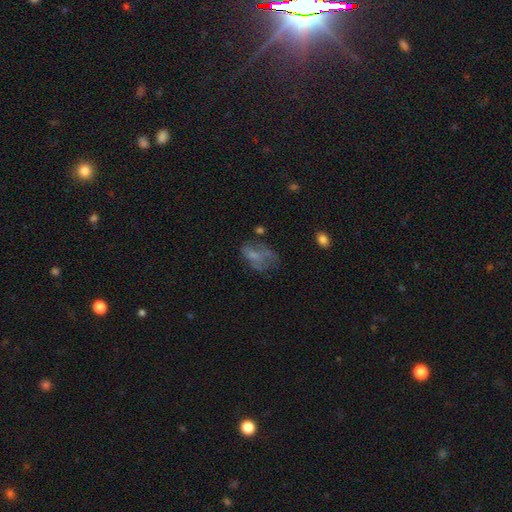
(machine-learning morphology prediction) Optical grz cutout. It shows a smooth galaxy with no disk features (48%). Merging: major disturbance (36%).